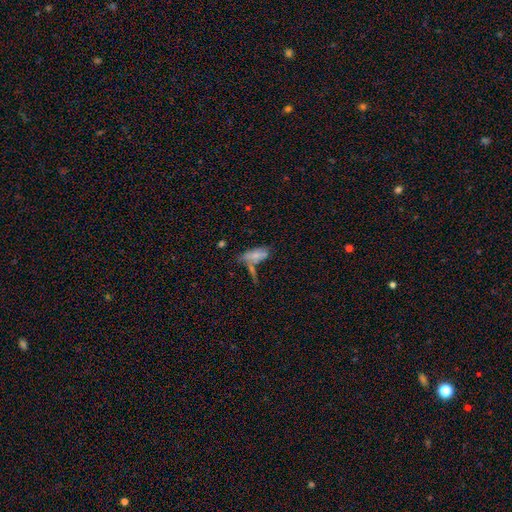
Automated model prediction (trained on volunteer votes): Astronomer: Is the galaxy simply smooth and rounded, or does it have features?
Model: smooth — 68%.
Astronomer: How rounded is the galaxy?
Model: in between — 73%.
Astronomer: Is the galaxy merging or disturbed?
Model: none — 42% (runner-up: merger, 28%).